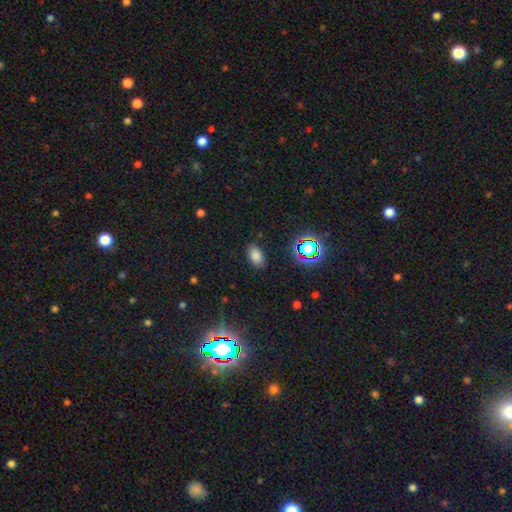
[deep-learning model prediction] A smooth galaxy with no disk features (76%) that is in between round and cigar-shaped (91%). Merging: none (85%).